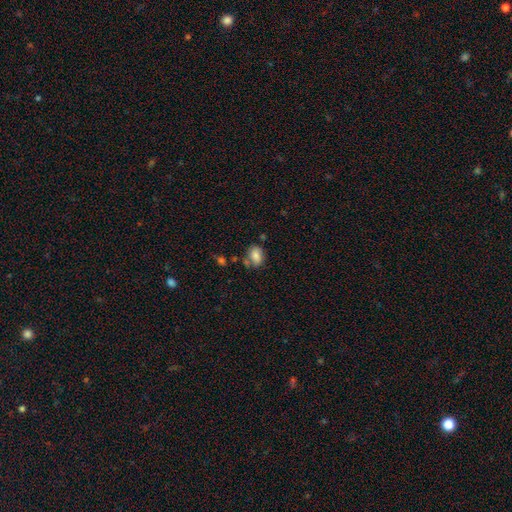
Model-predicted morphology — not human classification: This is likely a smooth galaxy (76%). How rounded: likely in between (73%). Merging: likely none (61%).